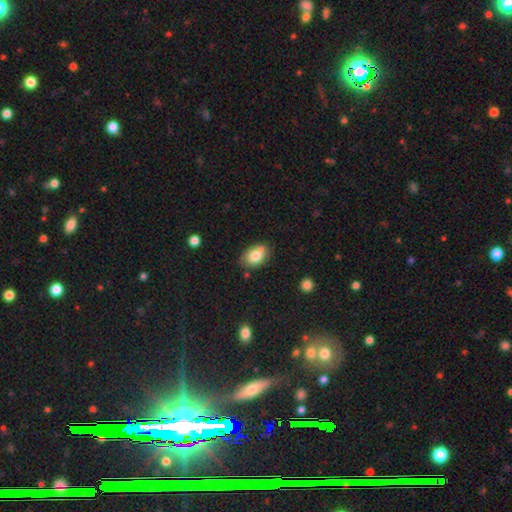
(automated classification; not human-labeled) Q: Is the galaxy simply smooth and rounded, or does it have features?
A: smooth — 80%.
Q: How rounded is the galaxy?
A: in between — 84%.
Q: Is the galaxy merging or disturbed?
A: none — 70%.